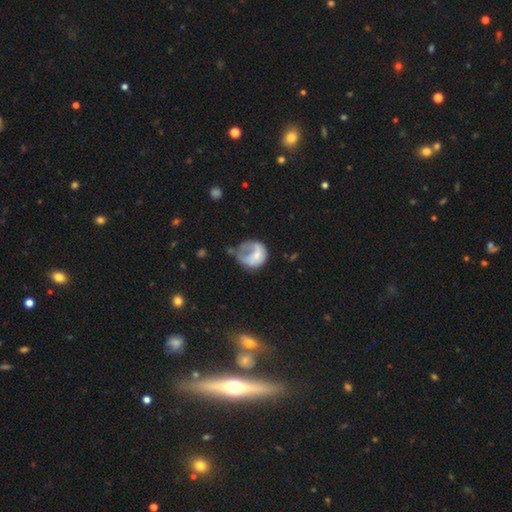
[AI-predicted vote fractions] The model was most divided on "smooth or featured": smooth: 53%, featured or disk: 38%, star or artifact: 8%. Remaining: how rounded — round (66%); merging — major disturbance (44%).